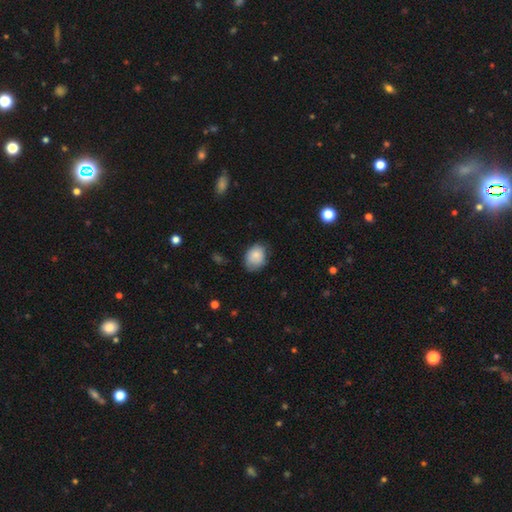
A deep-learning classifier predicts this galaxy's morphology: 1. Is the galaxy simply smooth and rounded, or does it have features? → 83% smooth, 9% featured or disk, 8% star or artifact.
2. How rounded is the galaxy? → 64% in between, 35% round, 1% cigar-shaped.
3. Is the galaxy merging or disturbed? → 63% none, 29% minor disturbance, 6% major disturbance, 1% merger.